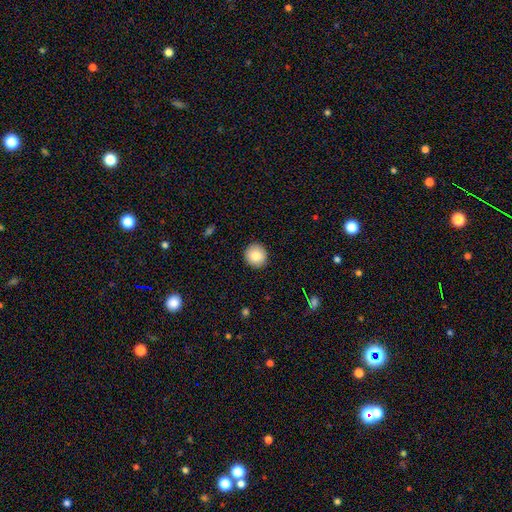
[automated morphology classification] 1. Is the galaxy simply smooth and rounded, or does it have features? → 84% smooth, 8% star or artifact, 7% featured or disk.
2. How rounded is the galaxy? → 93% round, 6% in between, 1% cigar-shaped.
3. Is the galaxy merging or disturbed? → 92% none, 6% minor disturbance, 2% major disturbance, 1% merger.